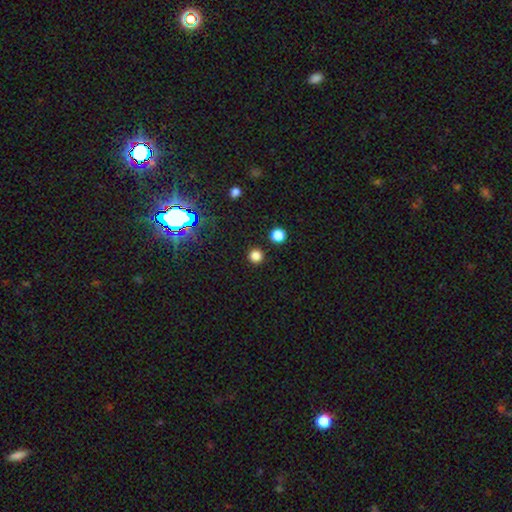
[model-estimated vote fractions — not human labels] smooth-or-featured: smooth: 80% | star or artifact: 16% | featured or disk: 4%
  how-rounded: round: 95% | in between: 4% | cigar-shaped: 1%
  merging: none: 92% | minor disturbance: 4% | merger: 2% | major disturbance: 2%